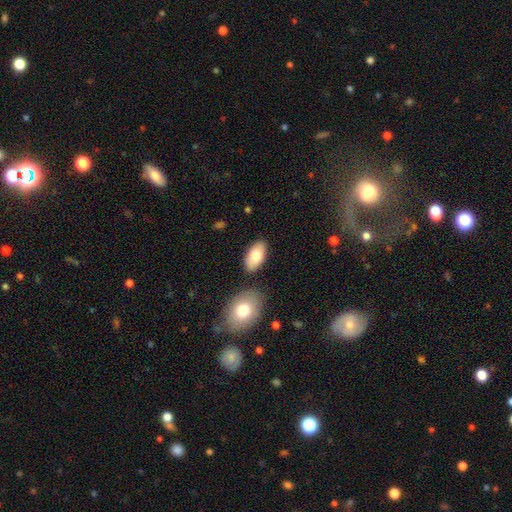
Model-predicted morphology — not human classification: A smooth galaxy with no disk features (77%) that is in between round and cigar-shaped (94%).

Vote fractions:
- Smooth or featured? smooth: 77% / featured or disk: 17% / star or artifact: 6%
- How rounded? in between: 94% / round: 3% / cigar-shaped: 3%
- Merging? none: 80% / minor disturbance: 10% / merger: 7% / major disturbance: 3%